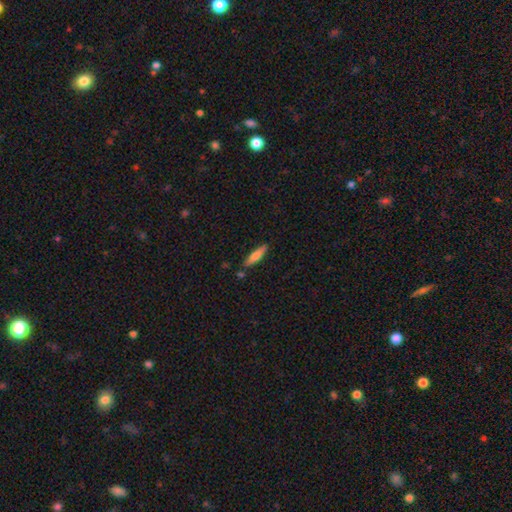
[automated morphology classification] Smooth or featured? Predicted: smooth (p=0.69). How rounded? Predicted: cigar-shaped (p=0.80). Merging? Predicted: none (p=0.81).